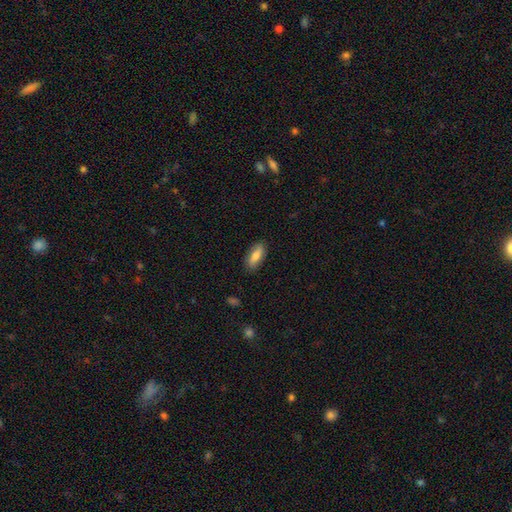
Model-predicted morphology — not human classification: A smooth galaxy with no disk features (80%) that is in between round and cigar-shaped (78%).

Vote fractions:
- Smooth or featured? smooth: 80% / featured or disk: 14% / star or artifact: 6%
- How rounded? in between: 78% / cigar-shaped: 20% / round: 2%
- Merging? none: 85% / minor disturbance: 11% / major disturbance: 2% / merger: 1%